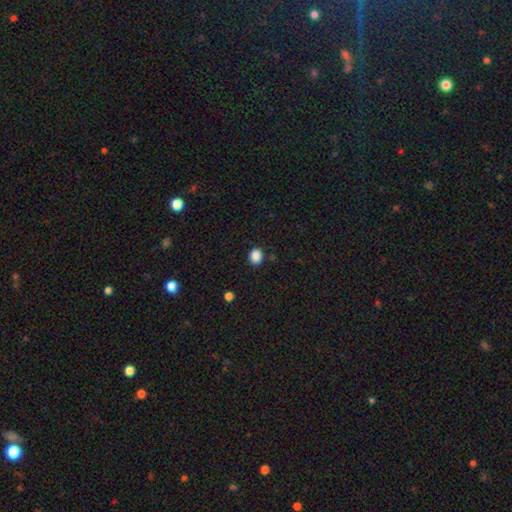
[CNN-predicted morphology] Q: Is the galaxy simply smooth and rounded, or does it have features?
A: smooth — 87%.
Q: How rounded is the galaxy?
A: round — 65%.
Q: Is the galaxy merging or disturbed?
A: none — 87%.